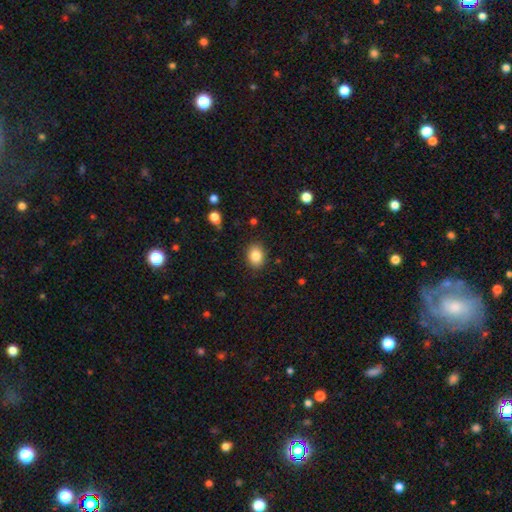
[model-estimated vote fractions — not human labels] A smooth galaxy with no disk features (85%) that is in between round and cigar-shaped (60%).

Vote fractions:
- Smooth or featured? smooth: 85% / star or artifact: 9% / featured or disk: 6%
- How rounded? in between: 60% / round: 39% / cigar-shaped: 1%
- Merging? none: 87% / minor disturbance: 9% / major disturbance: 2% / merger: 1%